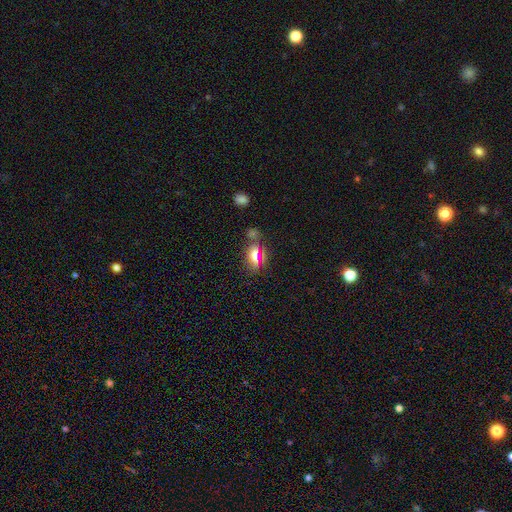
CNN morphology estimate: Smooth or featured?
  - smooth: 58% *
  - star or artifact: 26%
  - featured or disk: 16%
How rounded?
  - in between: 73% *
  - round: 16%
  - cigar-shaped: 10%
Merging?
  - none: 72% *
  - minor disturbance: 14%
  - merger: 7%
  - major disturbance: 6%